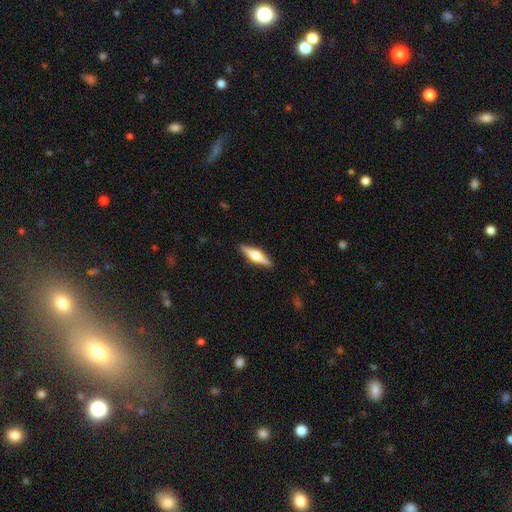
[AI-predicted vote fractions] A featured or disk galaxy (64%) viewed edge-on (97%) with a rounded central bulge (94%).

Vote fractions:
- Smooth or featured? featured or disk: 64% / smooth: 31% / star or artifact: 5%
- Edge-on disk? yes: 97% / no: 3%
- Edge-on bulge? rounded: 94% / boxy: 4% / none: 2%
- Merging? none: 90% / minor disturbance: 7% / major disturbance: 2% / merger: 1%